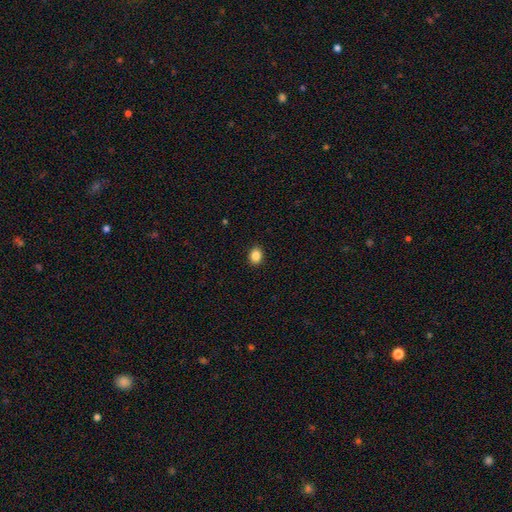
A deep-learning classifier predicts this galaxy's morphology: This appears to be a smooth galaxy with no disk features (86%) that is in between round and cigar-shaped (59%). Merging: none (91%).